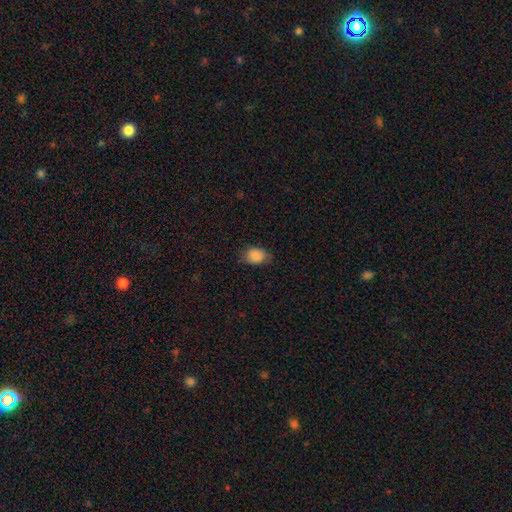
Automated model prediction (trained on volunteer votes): The model was most divided on "how rounded": in between: 73%, round: 26%, cigar-shaped: 1%. More confident: smooth or featured — smooth (88%); merging — none (75%).